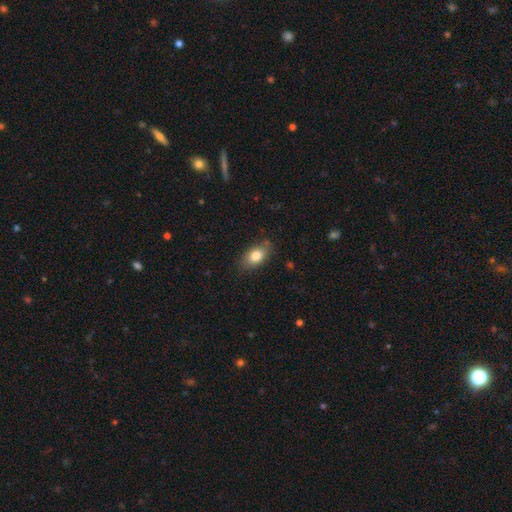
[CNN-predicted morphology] Q: Smooth or featured?
A: smooth (81%); runner-up: featured or disk (11%)
Q: How rounded?
A: in between (87%); runner-up: round (10%)
Q: Merging?
A: none (80%); runner-up: minor disturbance (15%)